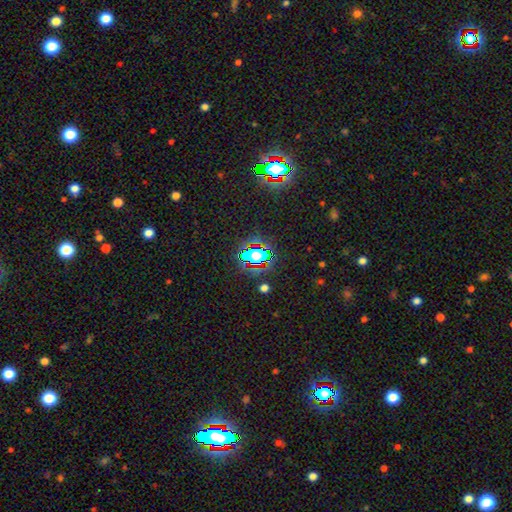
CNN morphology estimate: smooth_or_featured: star or artifact (p=0.57) [alt: smooth p=0.31]